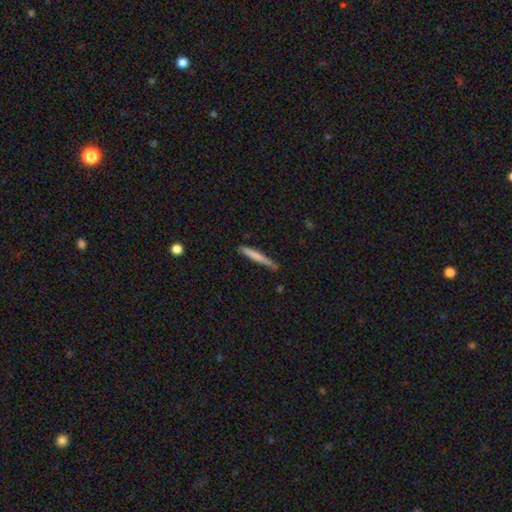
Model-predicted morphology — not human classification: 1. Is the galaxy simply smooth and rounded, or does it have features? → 71% smooth, 23% featured or disk, 6% star or artifact.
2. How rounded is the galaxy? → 96% cigar-shaped, 3% in between, 1% round.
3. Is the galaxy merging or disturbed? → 76% none, 18% minor disturbance, 3% major disturbance, 3% merger.